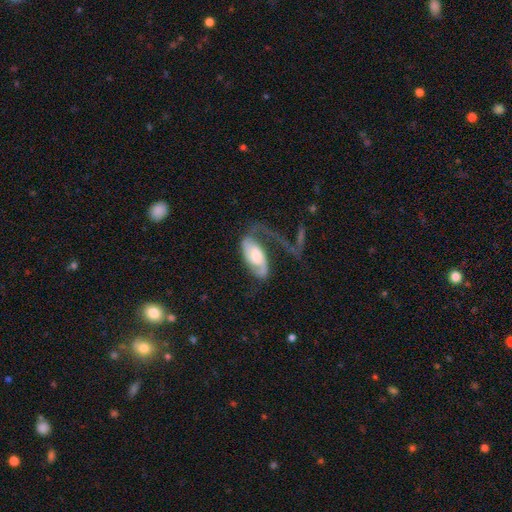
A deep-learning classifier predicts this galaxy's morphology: The model was most divided on "spiral winding": loose: 41%, medium: 38%, tight: 21%. Remaining: edge-on disk — no (93%); spiral arms — yes (87%); spiral arm count — 2 (67%); smooth or featured — featured or disk (67%); bar — no (57%); bulge size — moderate (55%); merging — major disturbance (46%).